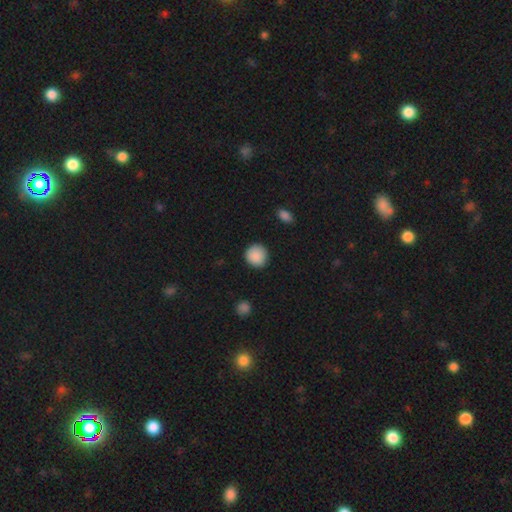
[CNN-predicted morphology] This appears to be a smooth galaxy with no disk features (89%) that is round (93%). Merging: none (91%).